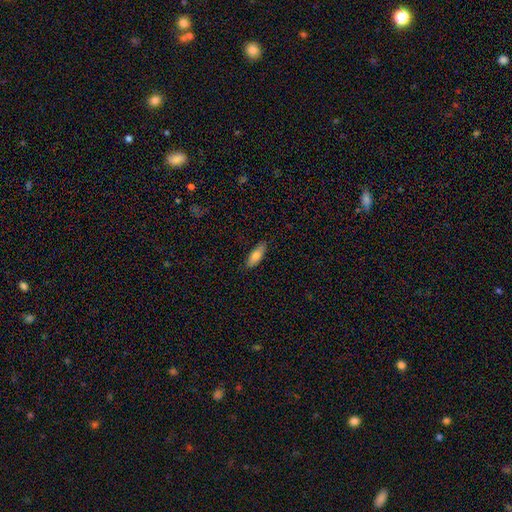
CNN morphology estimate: smooth 79%, featured or disk 15%, star or artifact 6%. Down the decision tree: how rounded — in between (65%); merging — none (85%).